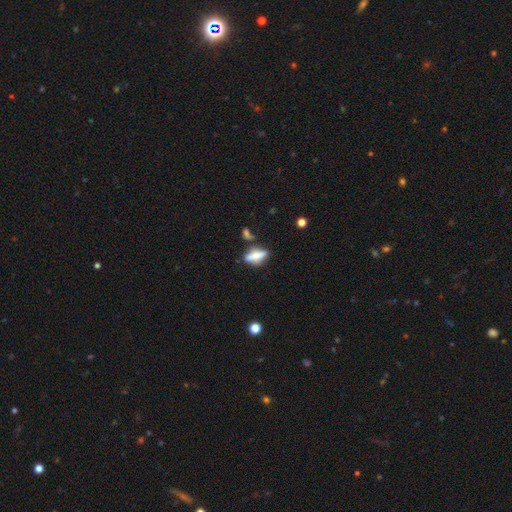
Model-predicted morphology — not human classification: smooth-or-featured: smooth: 55% | featured or disk: 36% | star or artifact: 10%
  how-rounded: in between: 63% | cigar-shaped: 32% | round: 5%
  merging: none: 60% | minor disturbance: 20% | merger: 13% | major disturbance: 8%